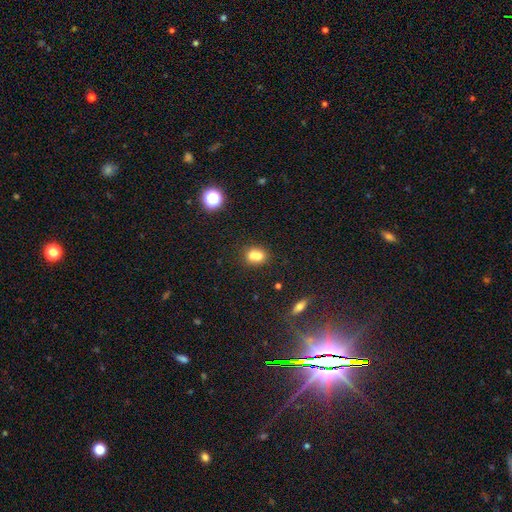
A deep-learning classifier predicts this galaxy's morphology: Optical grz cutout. It shows a smooth galaxy with no disk features (70%) that is round (59%). Merging: merger (57%).